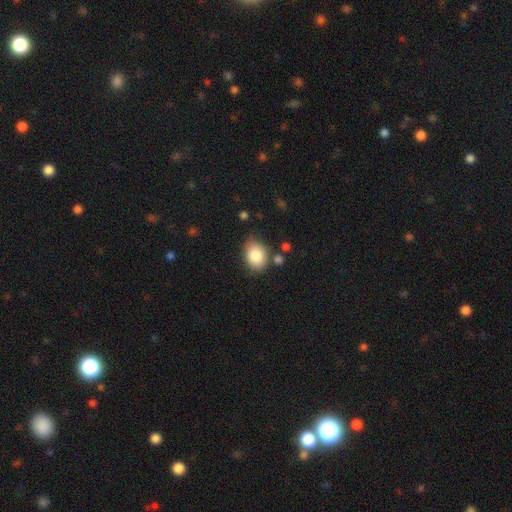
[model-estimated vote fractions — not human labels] smooth 86%, star or artifact 8%, featured or disk 7%. Down the decision tree: how rounded — in between (66%); merging — none (70%).